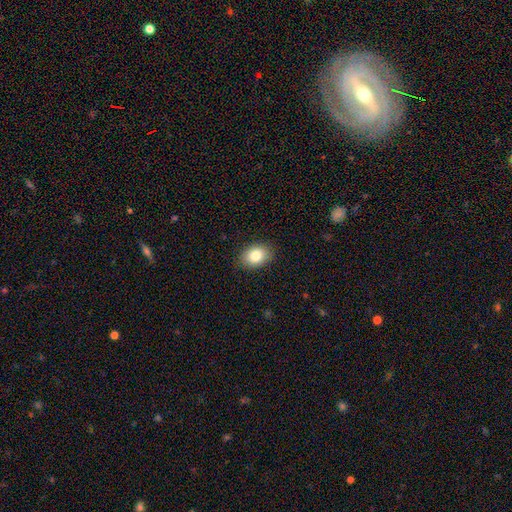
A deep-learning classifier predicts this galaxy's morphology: A smooth galaxy with no disk features (83%) that is in between round and cigar-shaped (75%). Merging: none (88%).